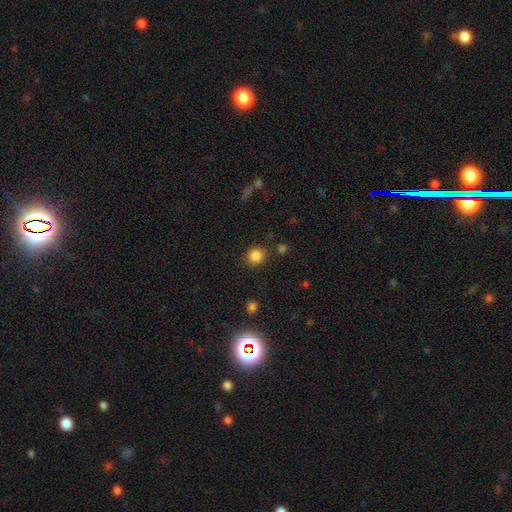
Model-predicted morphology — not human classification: smooth_or_featured: smooth (p=0.84) [alt: star or artifact p=0.12]
how_rounded: round (p=0.87) [alt: in between p=0.13]
merging: none (p=0.86) [alt: minor disturbance p=0.08]